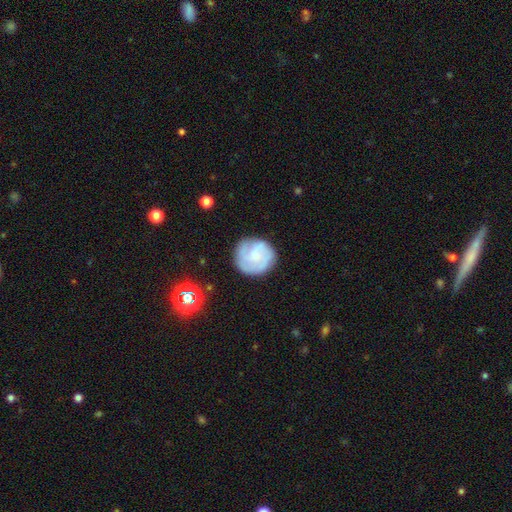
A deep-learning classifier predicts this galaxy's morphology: Q: Smooth or featured?
A: featured or disk (50%); runner-up: smooth (42%)
Q: Edge-on disk?
A: no (98%); runner-up: yes (2%)
Q: Merging?
A: none (74%); runner-up: minor disturbance (17%)